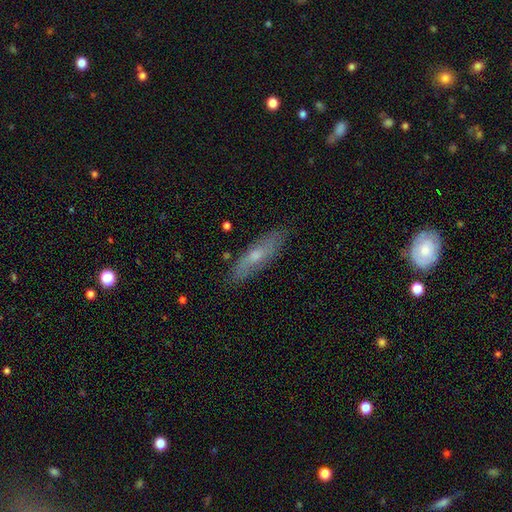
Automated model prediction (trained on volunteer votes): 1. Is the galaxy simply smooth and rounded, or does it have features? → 48% smooth, 45% featured or disk, 7% star or artifact.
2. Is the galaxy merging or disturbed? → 83% none, 13% minor disturbance, 2% major disturbance, 1% merger.